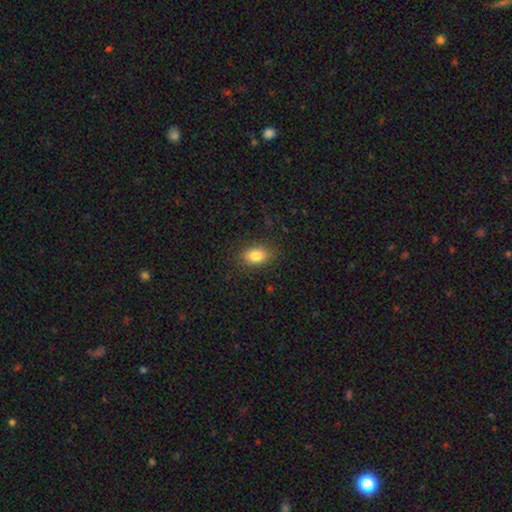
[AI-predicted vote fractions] Smooth or featured: smooth — 84% (star or artifact — 9%)
How rounded: in between — 83% (round — 16%)
Merging: none — 85% (minor disturbance — 10%)